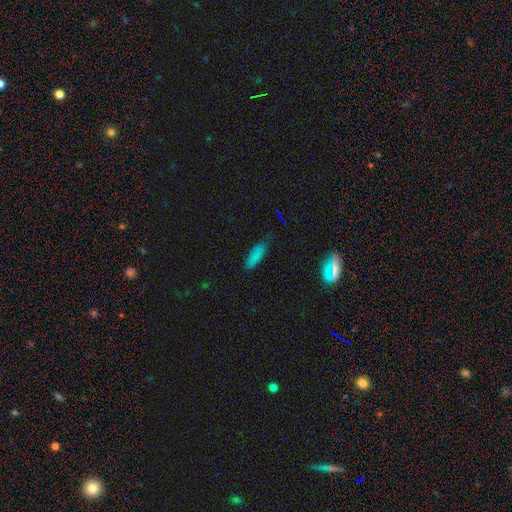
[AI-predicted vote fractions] The model was most divided on "how rounded": in between: 53%, cigar-shaped: 44%, round: 2%. More confident: smooth or featured — smooth (80%); merging — none (60%).